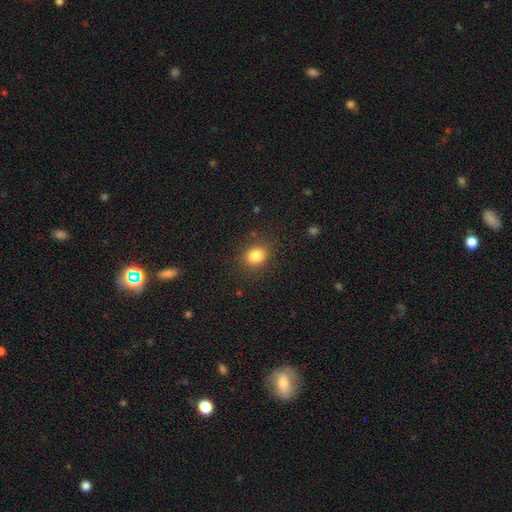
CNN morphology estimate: A smooth galaxy with no disk features (83%) that is round (57%).

Vote fractions:
- Smooth or featured? smooth: 83% / star or artifact: 11% / featured or disk: 6%
- How rounded? round: 57% / in between: 42% / cigar-shaped: 1%
- Merging? none: 85% / minor disturbance: 10% / major disturbance: 4% / merger: 1%